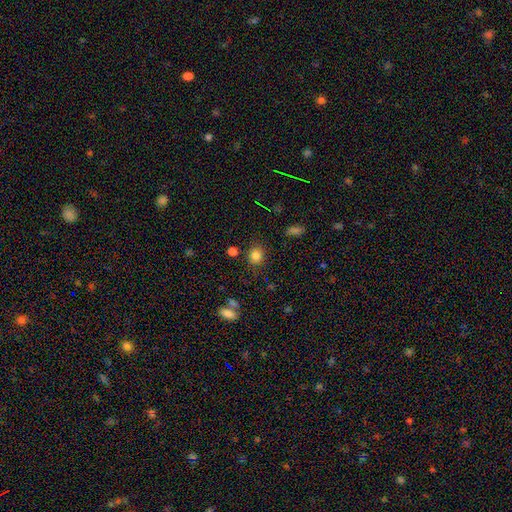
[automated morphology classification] Smooth or featured?
  - smooth: 83% *
  - star or artifact: 13%
  - featured or disk: 5%
How rounded?
  - round: 77% *
  - in between: 21%
  - cigar-shaped: 1%
Merging?
  - none: 81% *
  - minor disturbance: 11%
  - merger: 4%
  - major disturbance: 4%